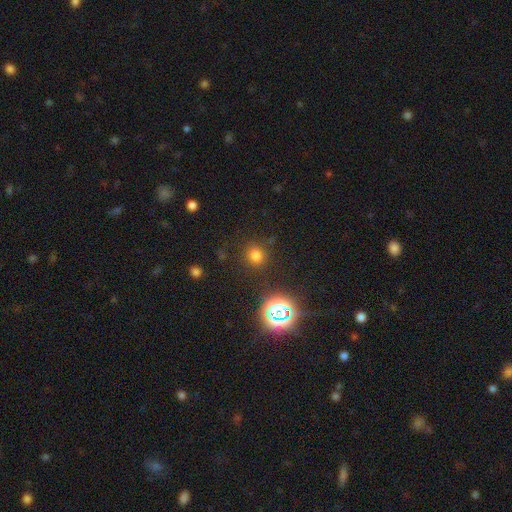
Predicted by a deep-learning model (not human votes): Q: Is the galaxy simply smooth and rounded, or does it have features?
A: smooth — 71%.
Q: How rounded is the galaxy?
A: round — 88%.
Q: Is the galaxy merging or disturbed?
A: none — 86%.